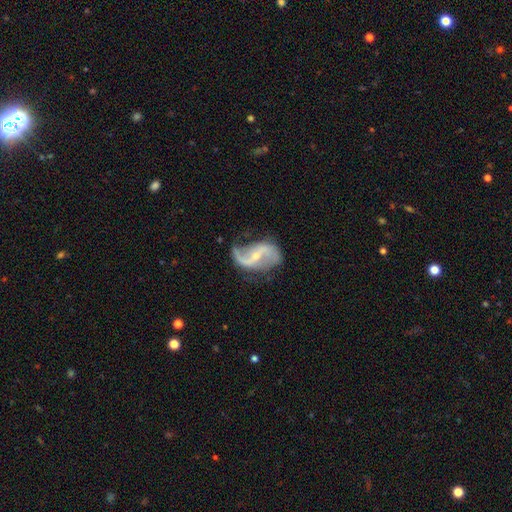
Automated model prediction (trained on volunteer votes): This is clearly a featured or disk galaxy (89%). It is clearly not viewed edge-on (97%). Bar: marginally weak (42%). Spiral arm pattern: clearly yes (96%). Spiral arm count: clearly 2 (91%). Spiral winding: likely loose (72%). Central bulge: likely small (64%). Merging: likely none (65%).